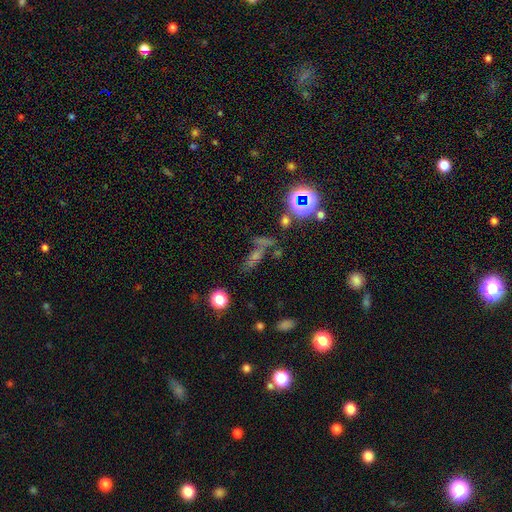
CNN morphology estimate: Smooth or featured? Predicted: star or artifact (p=0.38).